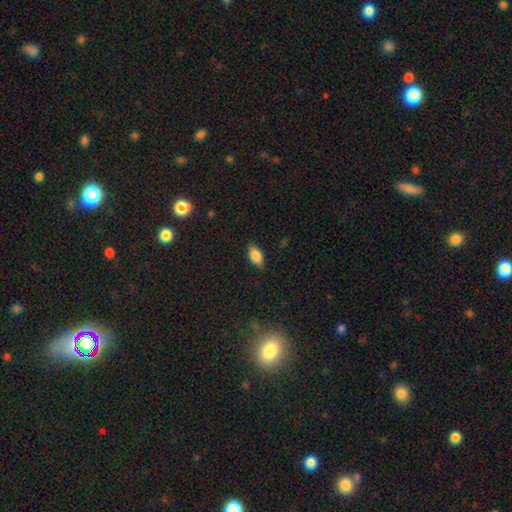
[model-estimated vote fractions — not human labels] Smooth or featured: smooth — 82% (featured or disk — 10%)
How rounded: in between — 89% (cigar-shaped — 7%)
Merging: none — 85% (minor disturbance — 12%)